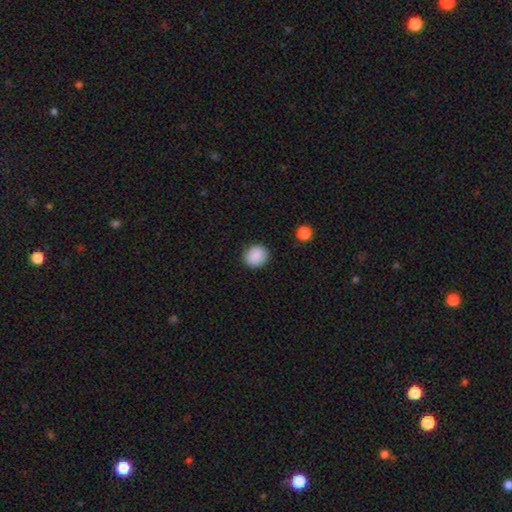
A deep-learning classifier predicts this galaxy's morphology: Q: Smooth or featured?
A: smooth (89%); runner-up: star or artifact (8%)
Q: How rounded?
A: round (80%); runner-up: in between (19%)
Q: Merging?
A: none (90%); runner-up: minor disturbance (7%)